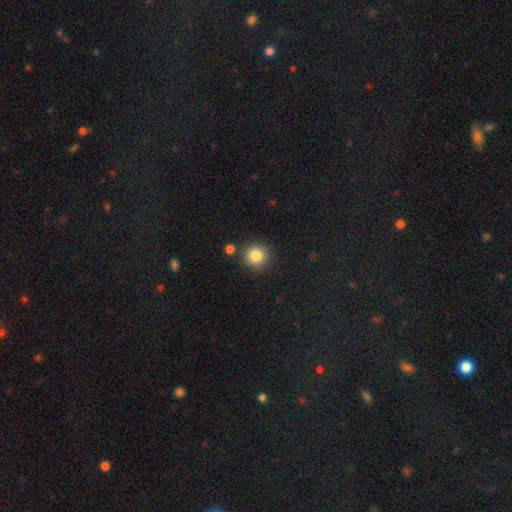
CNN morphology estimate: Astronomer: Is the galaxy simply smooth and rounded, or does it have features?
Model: smooth — 83%.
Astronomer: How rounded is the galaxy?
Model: round — 93%.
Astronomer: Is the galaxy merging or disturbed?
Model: none — 84%.